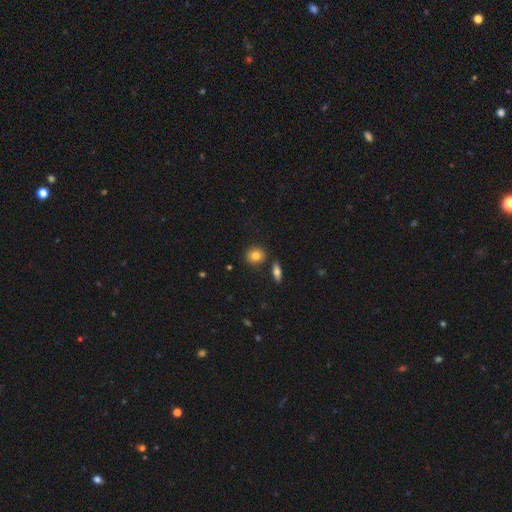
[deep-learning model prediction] This appears to be a smooth galaxy with no disk features (80%) that is round (76%). Merging: none (82%).